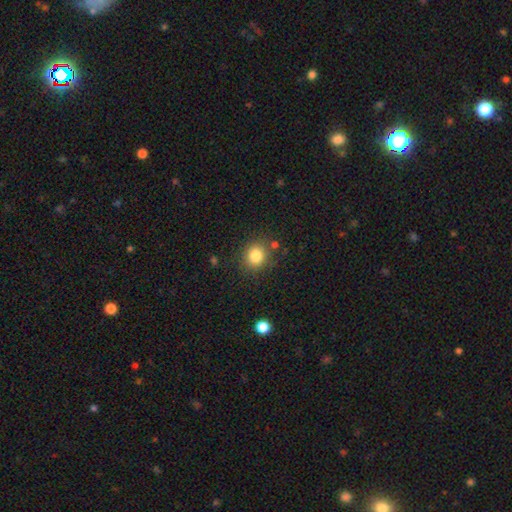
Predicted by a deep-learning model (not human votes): A smooth galaxy with no disk features (83%) that is round (78%).

Vote fractions:
- Smooth or featured? smooth: 83% / star or artifact: 11% / featured or disk: 6%
- How rounded? round: 78% / in between: 22% / cigar-shaped: 1%
- Merging? none: 82% / minor disturbance: 10% / merger: 4% / major disturbance: 4%